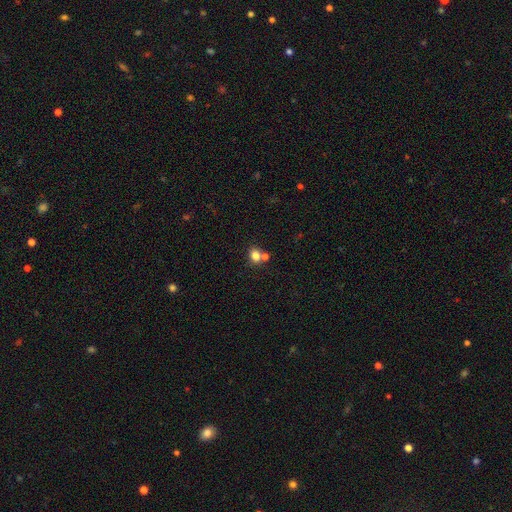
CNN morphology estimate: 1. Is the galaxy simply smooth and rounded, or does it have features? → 80% smooth, 12% star or artifact, 8% featured or disk.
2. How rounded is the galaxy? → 54% round, 45% in between, 1% cigar-shaped.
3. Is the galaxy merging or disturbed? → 56% none, 31% merger, 10% minor disturbance, 4% major disturbance.